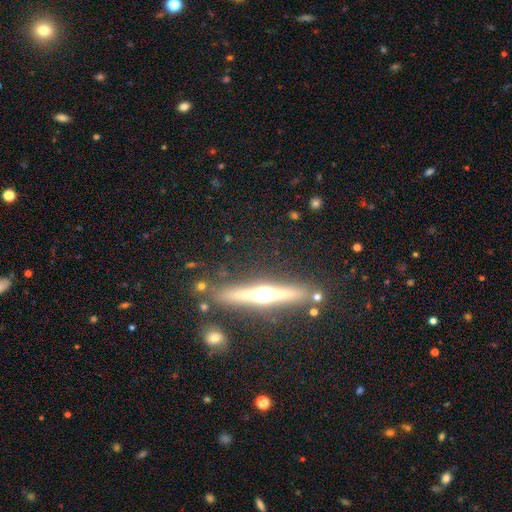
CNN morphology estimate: Smooth or featured? Predicted: featured or disk (p=0.76). Edge-on disk? Predicted: yes (p=0.95). Edge-on bulge? Predicted: rounded (p=0.83). Merging? Predicted: none (p=0.78).